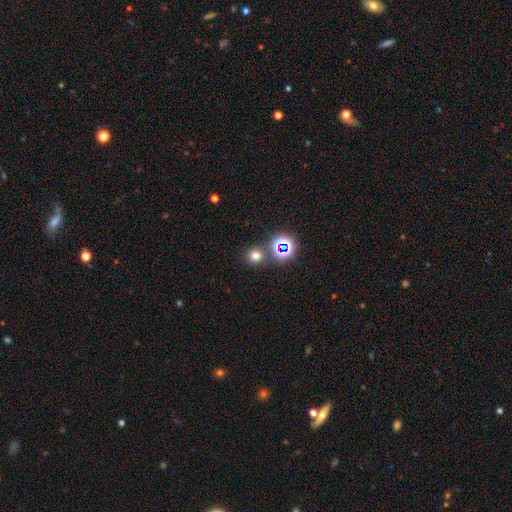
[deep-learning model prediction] This is likely a smooth galaxy (69%). How rounded: clearly round (87%). Merging: clearly none (80%).